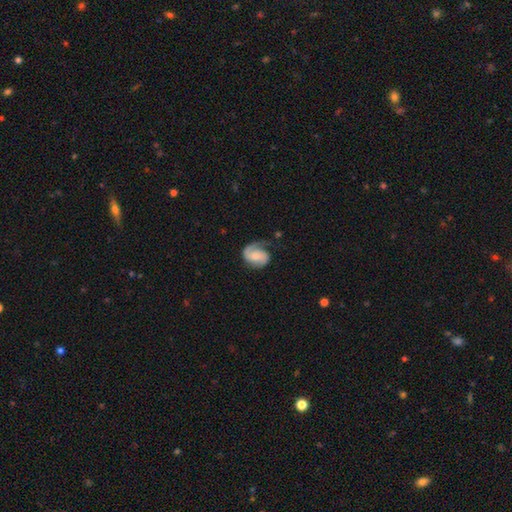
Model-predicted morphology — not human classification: Smooth or featured? Predicted: featured or disk (p=0.70). Edge-on disk? Predicted: no (p=0.98). Bar? Predicted: no (p=0.59). Spiral arms? Predicted: yes (p=0.94). Spiral winding? Predicted: medium (p=0.42). Spiral arm count? Predicted: 2 (p=0.50). Bulge size? Predicted: small (p=0.44). Merging? Predicted: none (p=0.51).